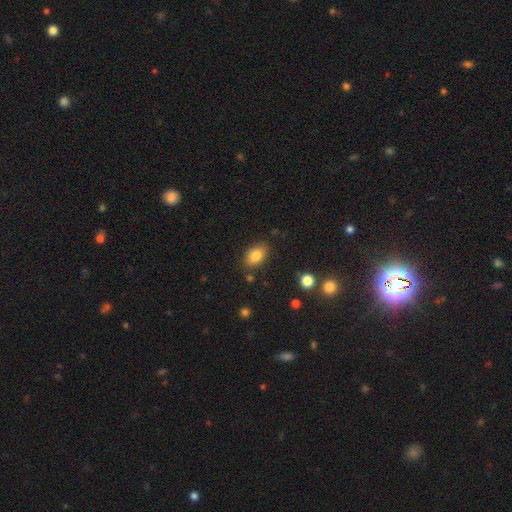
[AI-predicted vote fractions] Q: Smooth or featured?
A: smooth (81%); runner-up: featured or disk (9%)
Q: How rounded?
A: in between (83%); runner-up: round (15%)
Q: Merging?
A: none (82%); runner-up: minor disturbance (12%)